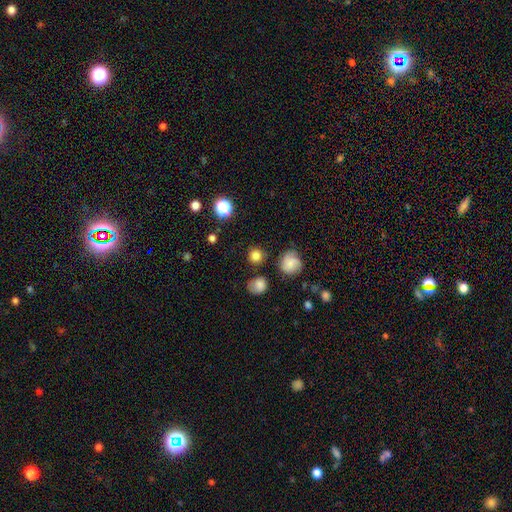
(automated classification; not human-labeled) A smooth galaxy with no disk features (79%) that is round (89%).

Vote fractions:
- Smooth or featured? smooth: 79% / star or artifact: 14% / featured or disk: 7%
- How rounded? round: 89% / in between: 10% / cigar-shaped: 1%
- Merging? none: 81% / minor disturbance: 10% / merger: 5% / major disturbance: 4%